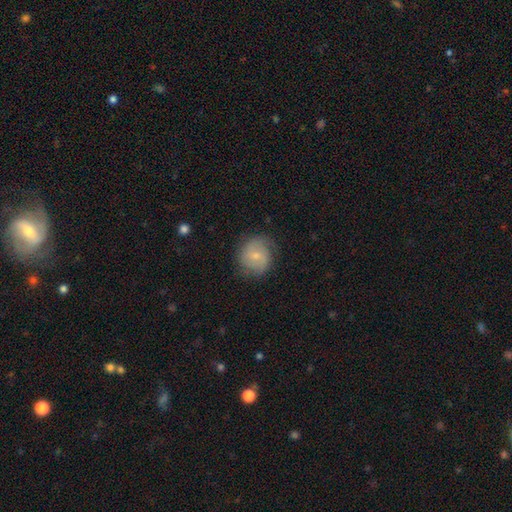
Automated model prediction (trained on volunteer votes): Overall: featured or disk (46%, tied with smooth). Merging: none (74%).